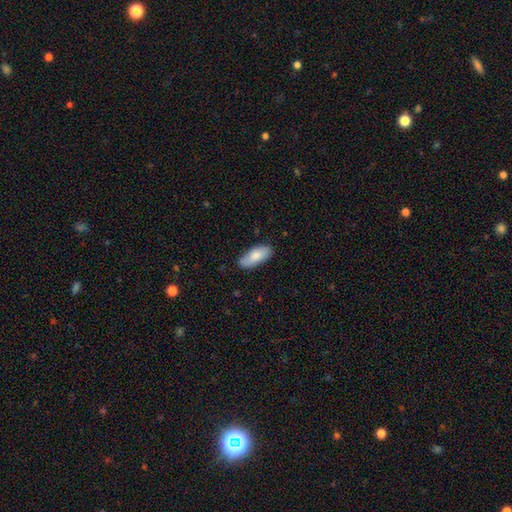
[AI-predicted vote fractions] Smooth or featured: smooth — 81% (featured or disk — 13%)
How rounded: in between — 84% (cigar-shaped — 14%)
Merging: none — 81% (minor disturbance — 15%)